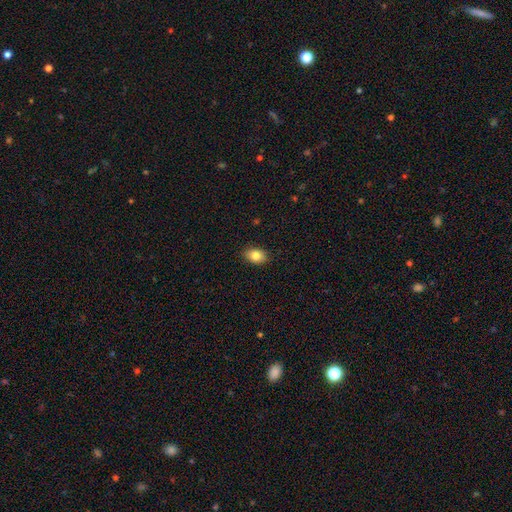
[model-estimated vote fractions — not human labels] Q: Smooth or featured?
A: smooth (83%); runner-up: featured or disk (9%)
Q: How rounded?
A: in between (82%); runner-up: round (17%)
Q: Merging?
A: none (88%); runner-up: minor disturbance (9%)